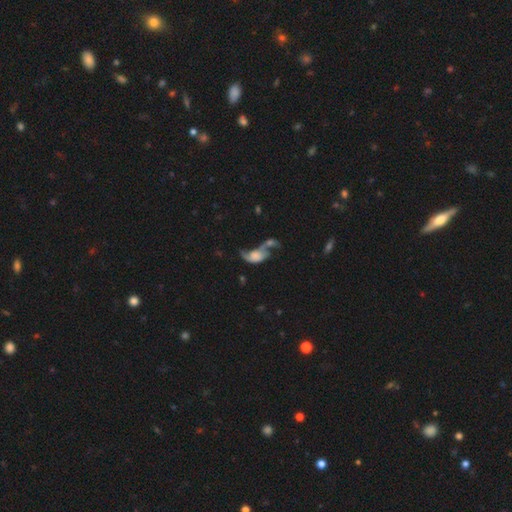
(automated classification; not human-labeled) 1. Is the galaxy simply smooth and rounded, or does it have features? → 51% featured or disk, 39% smooth, 10% star or artifact.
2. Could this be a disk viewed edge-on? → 95% no, 5% yes.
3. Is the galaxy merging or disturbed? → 50% merger, 25% major disturbance, 15% none, 10% minor disturbance.